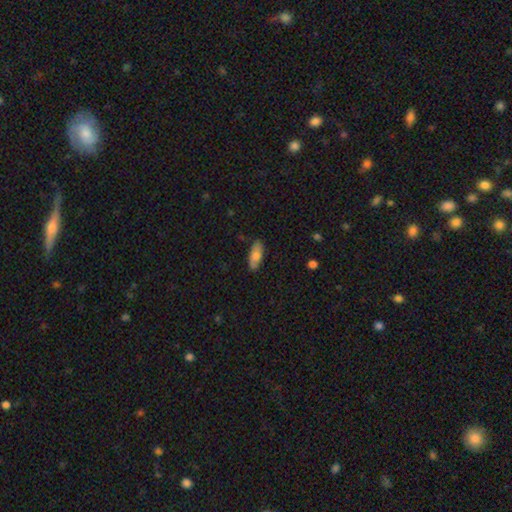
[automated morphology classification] smooth-or-featured: smooth: 73% | featured or disk: 21% | star or artifact: 6%
  how-rounded: in between: 78% | cigar-shaped: 20% | round: 2%
  merging: none: 81% | minor disturbance: 15% | major disturbance: 2% | merger: 2%